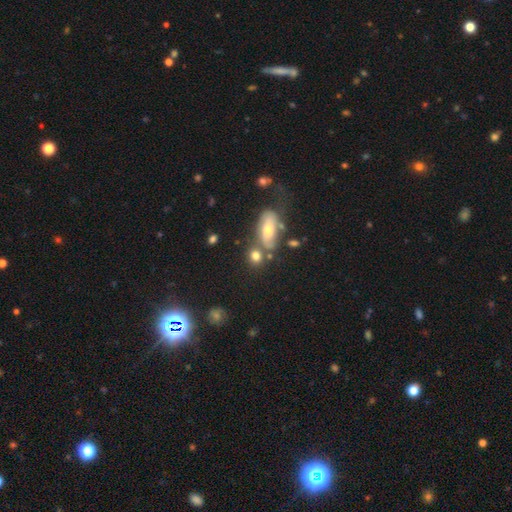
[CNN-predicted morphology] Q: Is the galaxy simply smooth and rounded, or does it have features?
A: smooth — 75%.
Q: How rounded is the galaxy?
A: round — 59%.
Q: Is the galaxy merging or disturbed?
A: none — 57%.